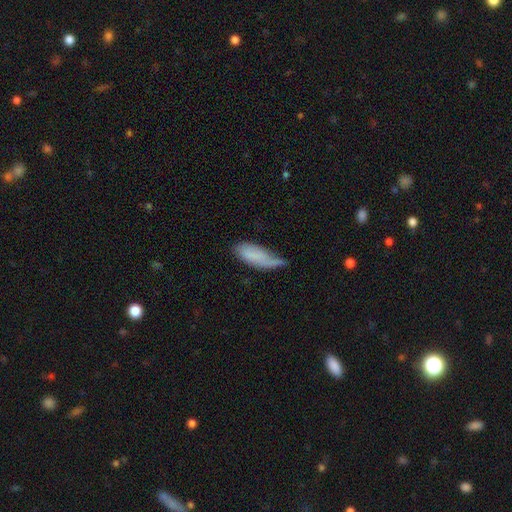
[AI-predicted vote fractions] This is likely a smooth galaxy (71%). How rounded: likely in between (68%). Merging: marginally minor disturbance (42%).